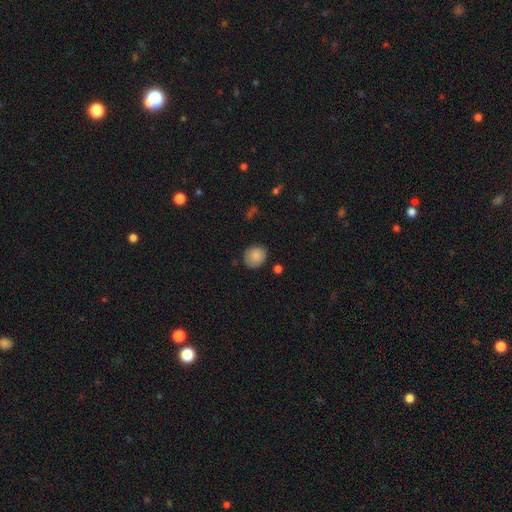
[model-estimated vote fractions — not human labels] Q: Smooth or featured?
A: smooth (85%); runner-up: star or artifact (8%)
Q: How rounded?
A: round (76%); runner-up: in between (23%)
Q: Merging?
A: none (81%); runner-up: minor disturbance (14%)